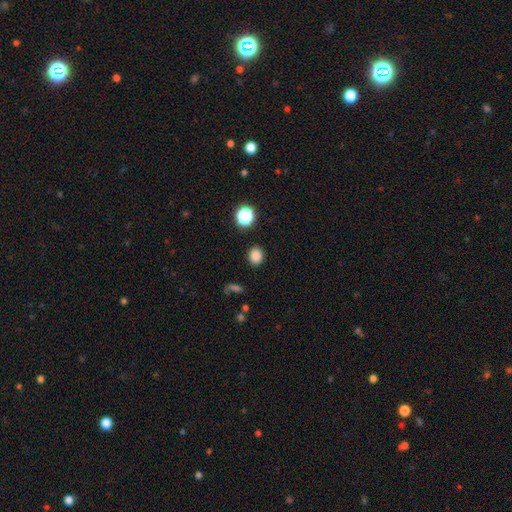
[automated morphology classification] Smooth or featured?
  - smooth: 83% *
  - star or artifact: 13%
  - featured or disk: 4%
How rounded?
  - round: 59% *
  - in between: 40%
  - cigar-shaped: 1%
Merging?
  - none: 88% *
  - minor disturbance: 8%
  - major disturbance: 3%
  - merger: 2%